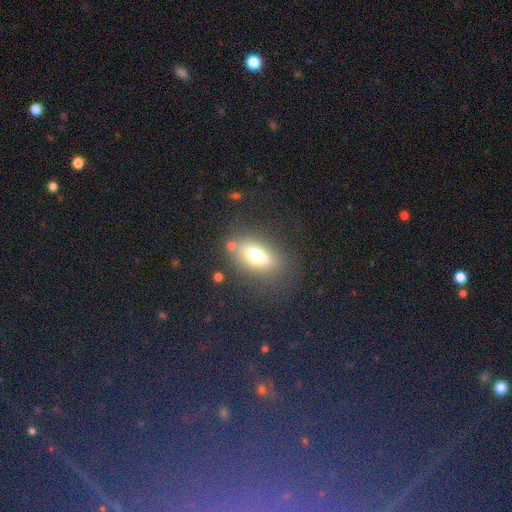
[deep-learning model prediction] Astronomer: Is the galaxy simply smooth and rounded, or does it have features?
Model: smooth — 71%.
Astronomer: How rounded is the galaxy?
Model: in between — 81%.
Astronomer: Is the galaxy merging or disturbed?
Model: none — 75%.